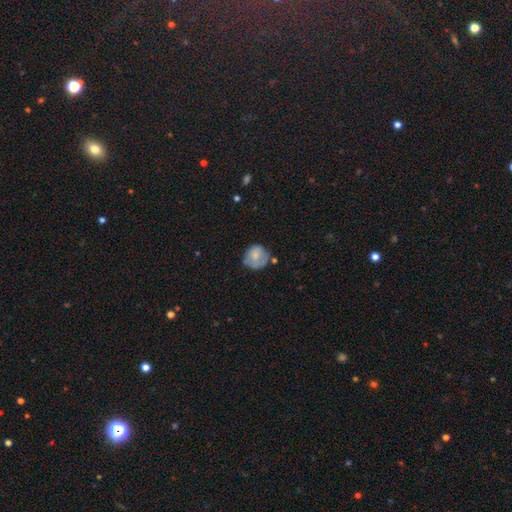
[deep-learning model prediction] Smooth or featured? Predicted: smooth (p=0.67). How rounded? Predicted: round (p=0.85). Merging? Predicted: none (p=0.58).